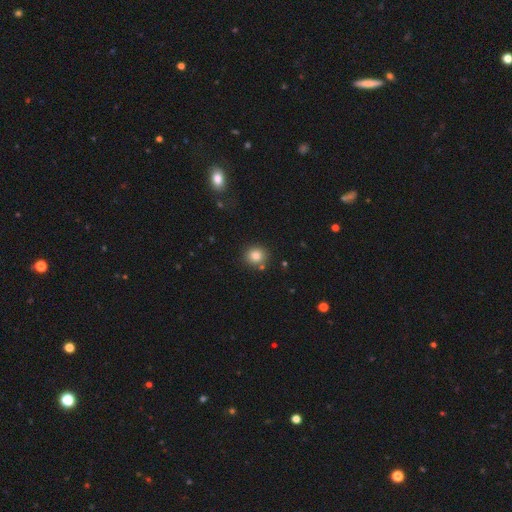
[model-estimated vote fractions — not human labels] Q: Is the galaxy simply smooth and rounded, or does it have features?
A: smooth — 82%.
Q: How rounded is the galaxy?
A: round — 89%.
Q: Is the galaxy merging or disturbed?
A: none — 83%.